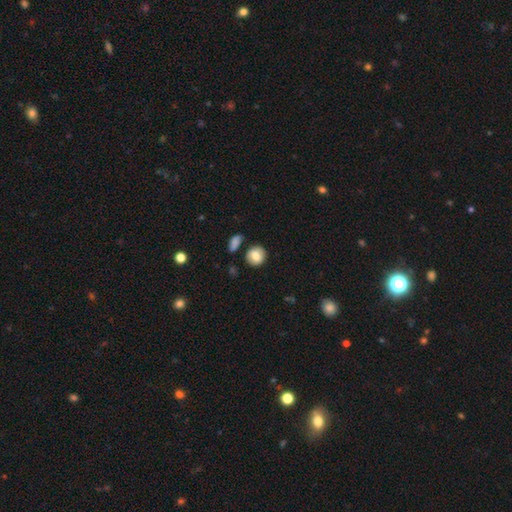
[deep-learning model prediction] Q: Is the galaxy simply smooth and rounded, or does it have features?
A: smooth — 80%.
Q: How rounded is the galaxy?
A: round — 83%.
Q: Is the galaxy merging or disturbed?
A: none — 81%.